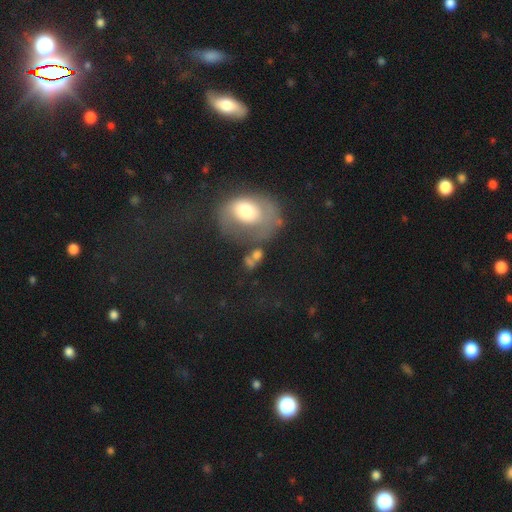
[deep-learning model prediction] Smooth or featured? smooth (54%)
How rounded? in between (61%)
Merging? none (36%)